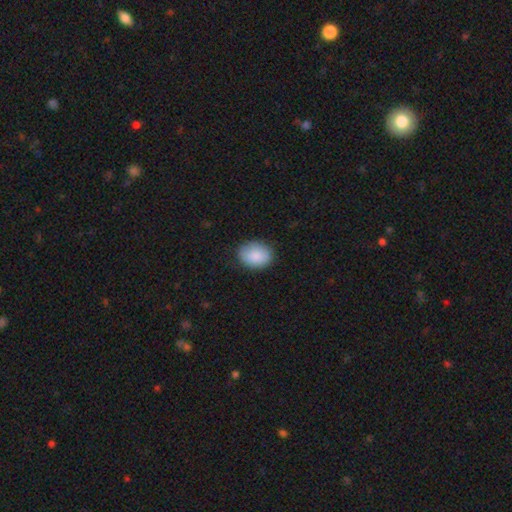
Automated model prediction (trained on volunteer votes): Smooth or featured?
  - smooth: 87% *
  - star or artifact: 7%
  - featured or disk: 6%
How rounded?
  - in between: 63% *
  - round: 36%
  - cigar-shaped: 1%
Merging?
  - none: 84% *
  - minor disturbance: 13%
  - major disturbance: 3%
  - merger: 1%